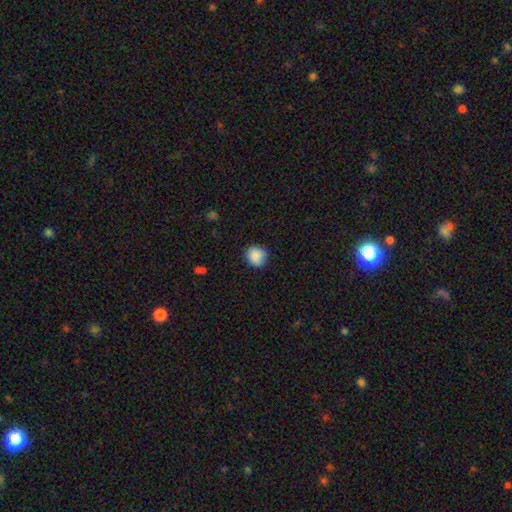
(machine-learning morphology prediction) Smooth or featured?
  - smooth: 88% *
  - star or artifact: 8%
  - featured or disk: 4%
How rounded?
  - round: 88% *
  - in between: 11%
  - cigar-shaped: 1%
Merging?
  - none: 84% *
  - minor disturbance: 13%
  - major disturbance: 3%
  - merger: 1%